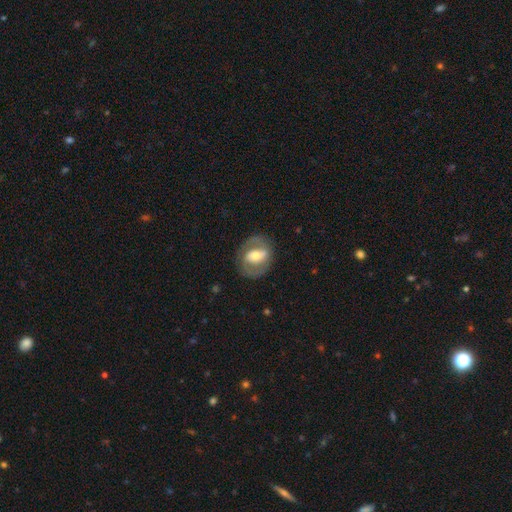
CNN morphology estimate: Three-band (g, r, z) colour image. It shows a featured or disk galaxy (66%) with a strong bar (39%), spiral arms (62%) and a moderate central bulge (59%). Merging: none (75%).